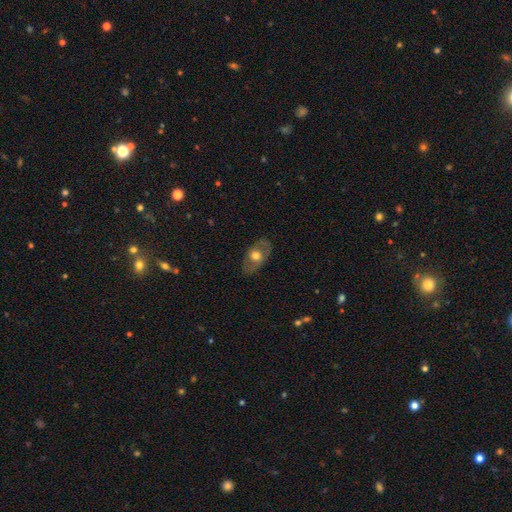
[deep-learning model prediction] This is possibly a featured or disk galaxy (50%). Merging: likely none (80%).